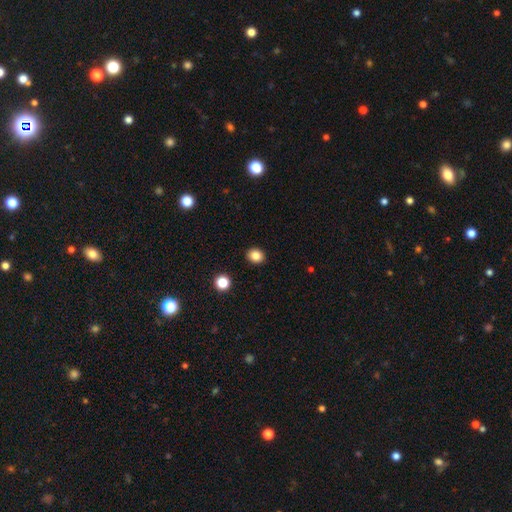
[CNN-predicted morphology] smooth-or-featured: smooth: 84% | star or artifact: 11% | featured or disk: 5%
  how-rounded: round: 66% | in between: 33% | cigar-shaped: 1%
  merging: none: 91% | minor disturbance: 6% | major disturbance: 2% | merger: 1%